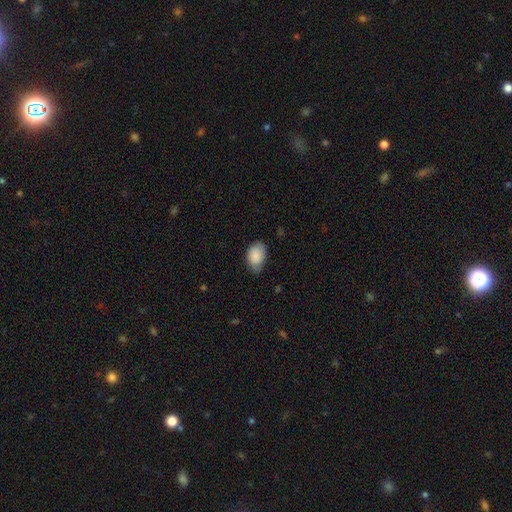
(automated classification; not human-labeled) A smooth galaxy with no disk features (88%) that is in between round and cigar-shaped (84%). Merging: none (61%).